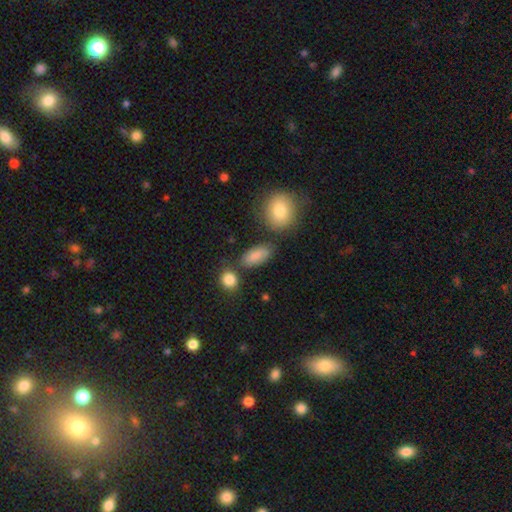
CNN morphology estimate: This is clearly a smooth galaxy (85%). How rounded: clearly in between (88%). Merging: likely none (74%).